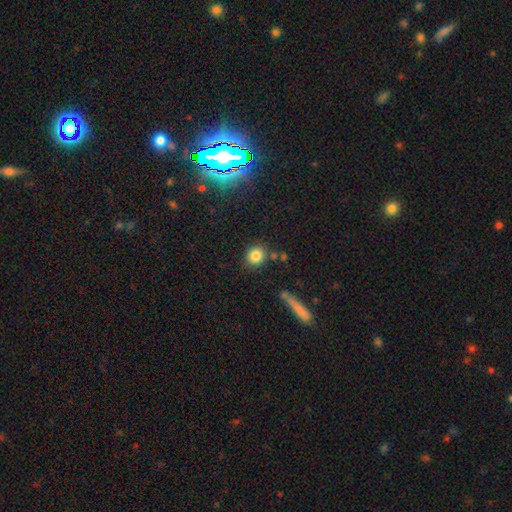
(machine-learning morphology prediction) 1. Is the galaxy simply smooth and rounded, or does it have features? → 83% smooth, 10% star or artifact, 7% featured or disk.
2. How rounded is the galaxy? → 84% round, 14% in between, 2% cigar-shaped.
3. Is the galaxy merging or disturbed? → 81% none, 10% minor disturbance, 6% merger, 3% major disturbance.